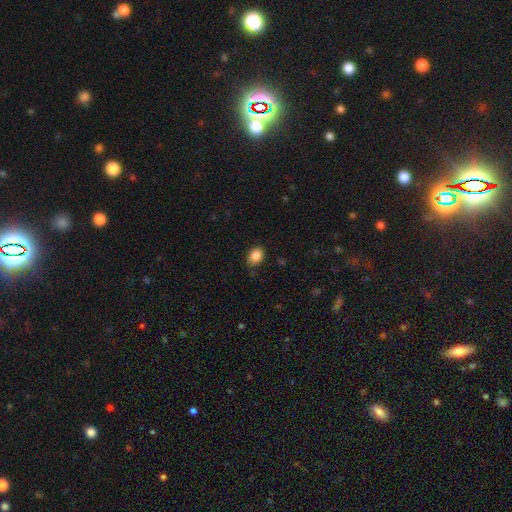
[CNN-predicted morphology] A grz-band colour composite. It shows a smooth galaxy with no disk features (88%) that is in between round and cigar-shaped (70%). Merging: none (82%).